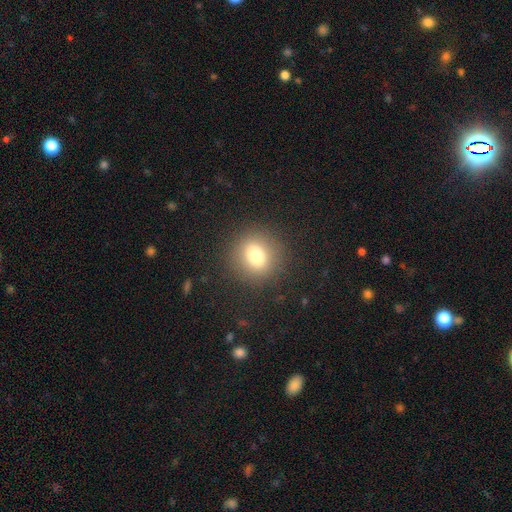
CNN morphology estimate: The model was most divided on "smooth or featured": smooth: 77%, star or artifact: 13%, featured or disk: 10%. More confident: merging — none (88%); how rounded — round (86%).